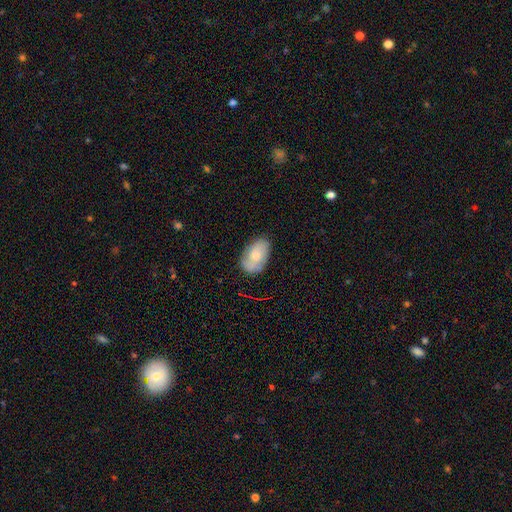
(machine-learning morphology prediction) Smooth or featured?
  - smooth: 63% *
  - featured or disk: 30%
  - star or artifact: 7%
How rounded?
  - in between: 90% *
  - round: 9%
  - cigar-shaped: 1%
Merging?
  - none: 64% *
  - minor disturbance: 26%
  - major disturbance: 7%
  - merger: 3%